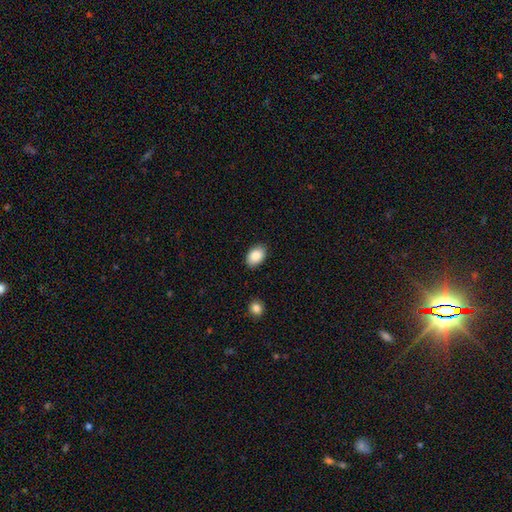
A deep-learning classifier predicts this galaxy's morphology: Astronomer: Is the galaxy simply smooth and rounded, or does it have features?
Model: smooth — 88%.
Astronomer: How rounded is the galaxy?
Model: in between — 85%.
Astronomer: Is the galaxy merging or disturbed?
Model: none — 86%.